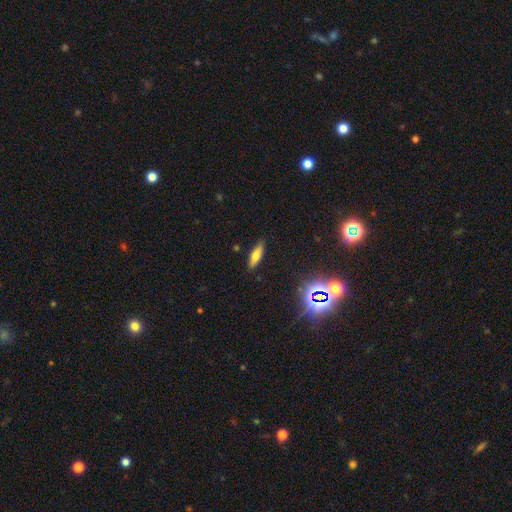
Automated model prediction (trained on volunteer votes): smooth-or-featured: smooth: 67% | featured or disk: 20% | star or artifact: 12%
  how-rounded: in between: 49% | cigar-shaped: 48% | round: 3%
  merging: none: 85% | minor disturbance: 11% | major disturbance: 2% | merger: 1%